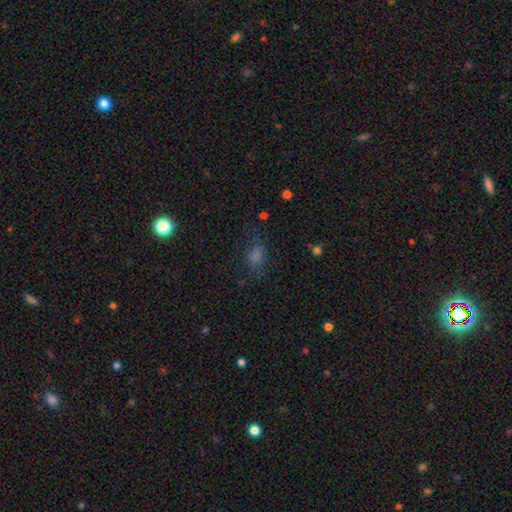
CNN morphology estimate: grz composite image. It shows a smooth galaxy with no disk features (53%) that is in between round and cigar-shaped (60%). Merging: none (64%).